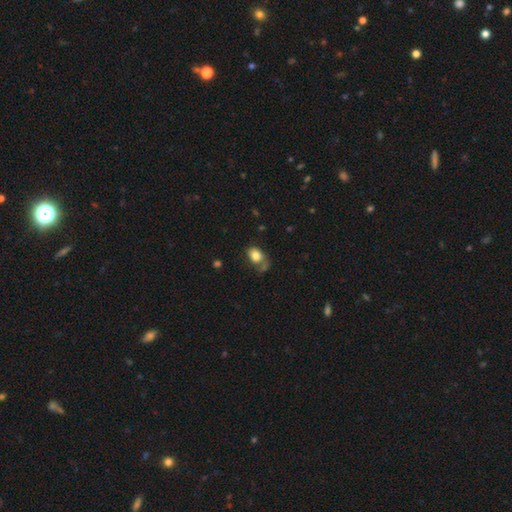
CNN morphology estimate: A smooth galaxy with no disk features (73%) that is in between round and cigar-shaped (75%).

Vote fractions:
- Smooth or featured? smooth: 73% / featured or disk: 18% / star or artifact: 8%
- How rounded? in between: 75% / round: 24% / cigar-shaped: 1%
- Merging? none: 41% / major disturbance: 27% / minor disturbance: 24% / merger: 8%